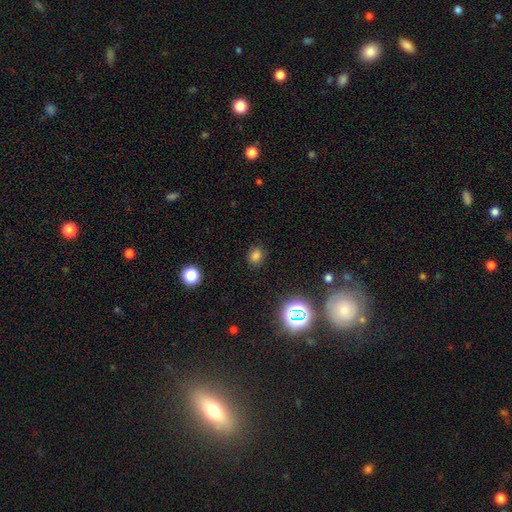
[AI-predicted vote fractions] Smooth or featured: smooth — 74% (star or artifact — 21%)
How rounded: round — 58% (in between — 41%)
Merging: none — 86% (minor disturbance — 10%)